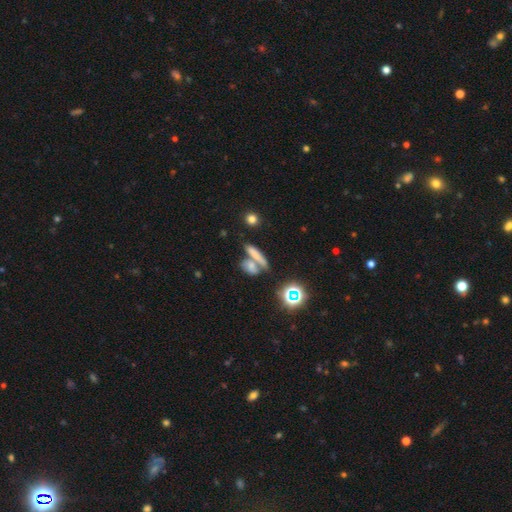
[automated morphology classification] type=smooth (65%); roundness=cigar-shaped (51%); merging=merger (45%).